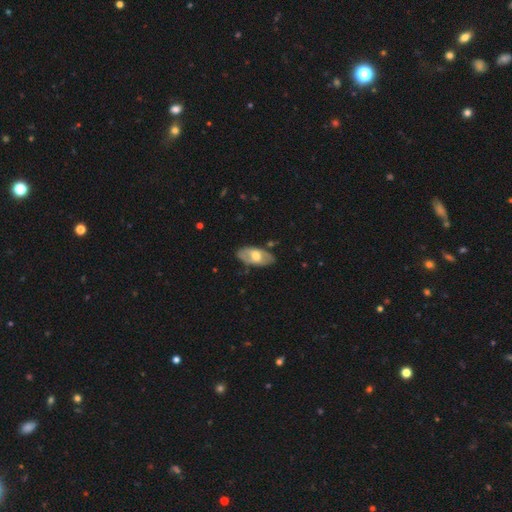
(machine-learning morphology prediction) Smooth or featured? Predicted: smooth (p=0.50). Merging? Predicted: none (p=0.80).